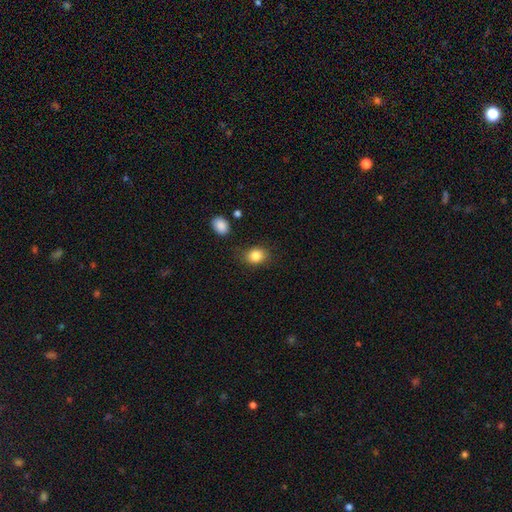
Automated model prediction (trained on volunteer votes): Smooth or featured? Predicted: smooth (p=0.85). How rounded? Predicted: in between (p=0.50). Merging? Predicted: none (p=0.79).